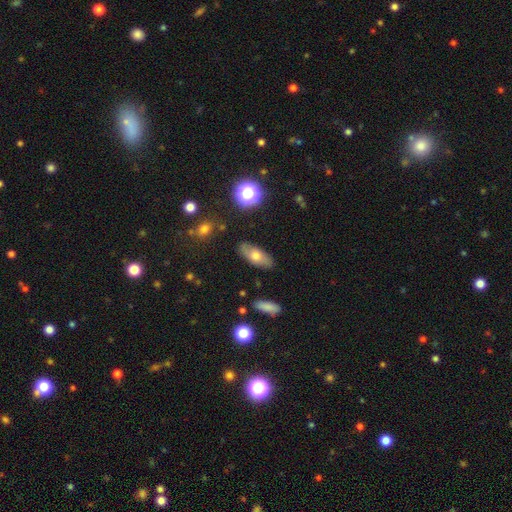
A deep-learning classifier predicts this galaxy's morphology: Q: Smooth or featured?
A: smooth (63%); runner-up: featured or disk (29%)
Q: How rounded?
A: in between (80%); runner-up: cigar-shaped (15%)
Q: Merging?
A: none (82%); runner-up: minor disturbance (13%)